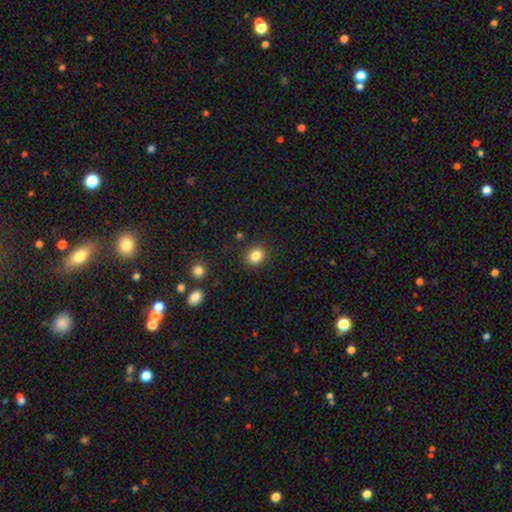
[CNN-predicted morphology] This is clearly a smooth galaxy (84%). How rounded: possibly round (55%). Merging: clearly none (88%).